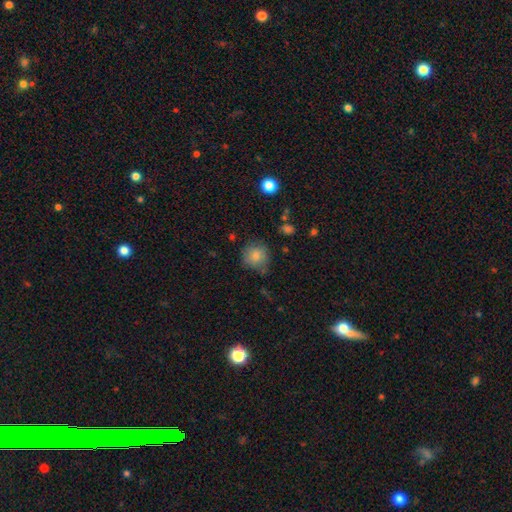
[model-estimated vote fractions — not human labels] A smooth galaxy with no disk features (83%) that is round (90%). Merging: none (74%).